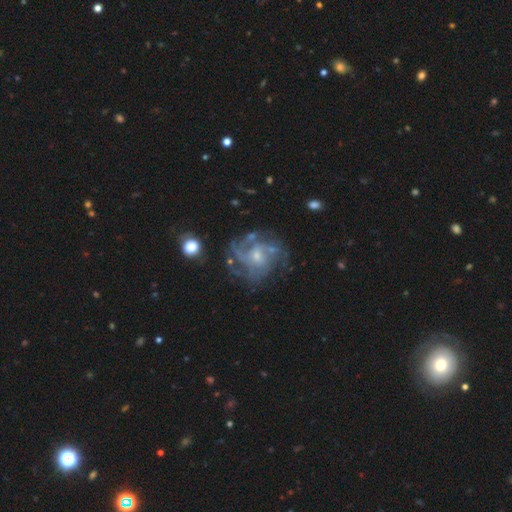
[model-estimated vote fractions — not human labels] Morphology: type=featured or disk (82%); edge-on=no (98%); bar=no (63%); spiral arms=yes (89%); winding=medium (44%); arm count=can't tell (32%); bulge=small (56%); merging=none (61%).